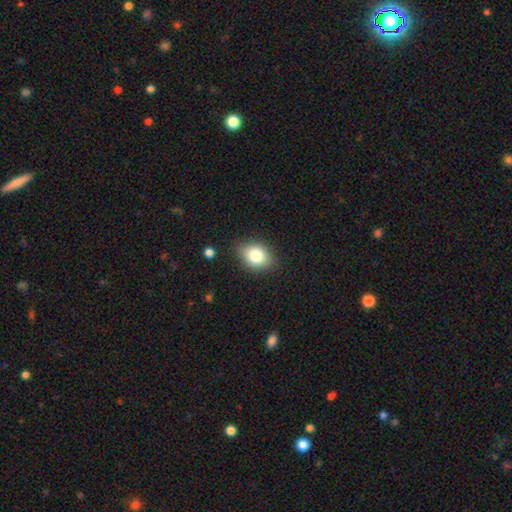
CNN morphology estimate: Smooth or featured? smooth (81%)
How rounded? in between (61%)
Merging? none (82%)